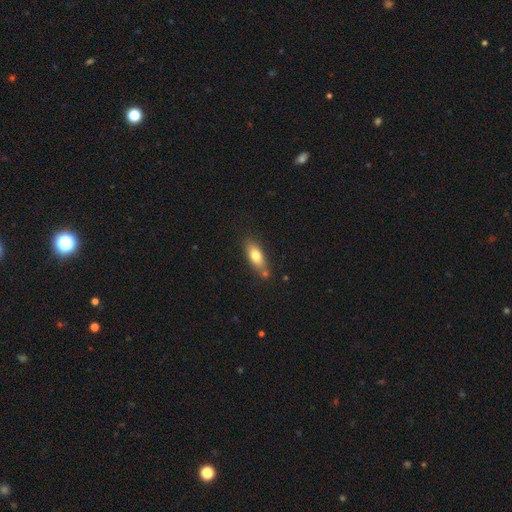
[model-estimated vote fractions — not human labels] Smooth or featured: smooth — 74% (featured or disk — 18%)
How rounded: in between — 72% (cigar-shaped — 24%)
Merging: none — 68% (minor disturbance — 17%)